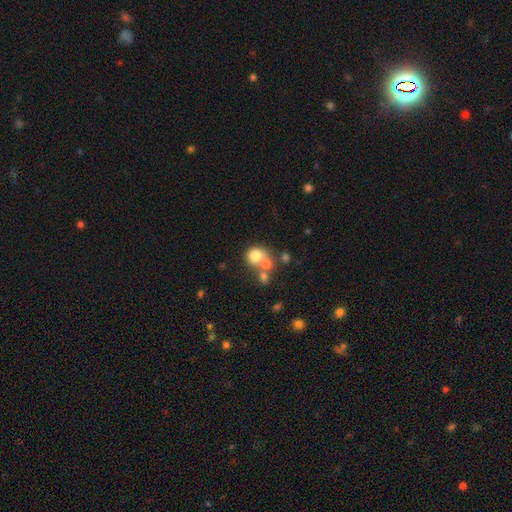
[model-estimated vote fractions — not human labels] Smooth or featured? smooth (69%)
How rounded? round (74%)
Merging? merger (52%)